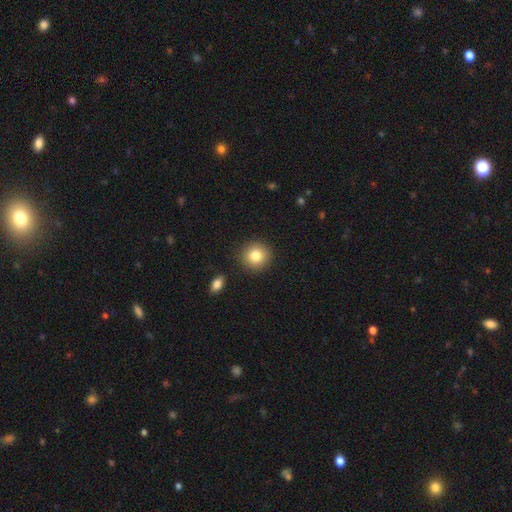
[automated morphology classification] smooth-or-featured: smooth: 82% | star or artifact: 10% | featured or disk: 8%
  how-rounded: round: 92% | in between: 7% | cigar-shaped: 1%
  merging: none: 90% | minor disturbance: 6% | major disturbance: 2% | merger: 2%